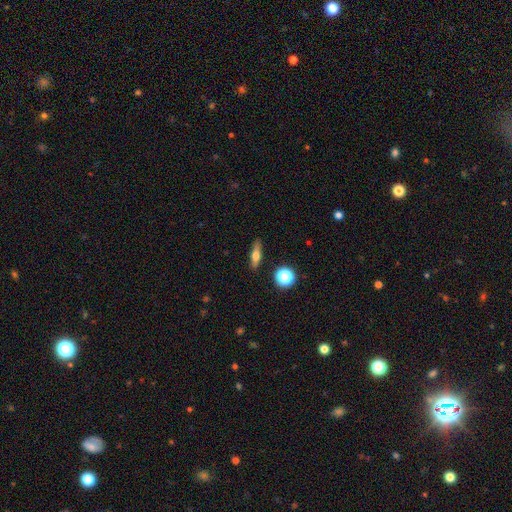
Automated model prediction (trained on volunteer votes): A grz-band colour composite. It shows a smooth galaxy with no disk features (52%) that is cigar-shaped (56%). Merging: none (88%).